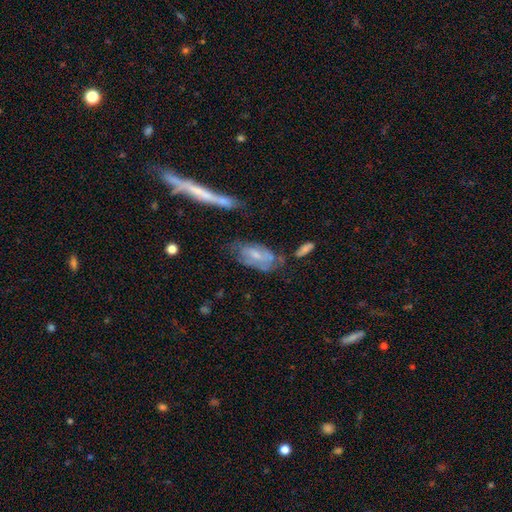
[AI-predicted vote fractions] smooth_or_featured: smooth (p=0.47) [alt: featured or disk p=0.45]
merging: none (p=0.41) [alt: minor disturbance p=0.28]